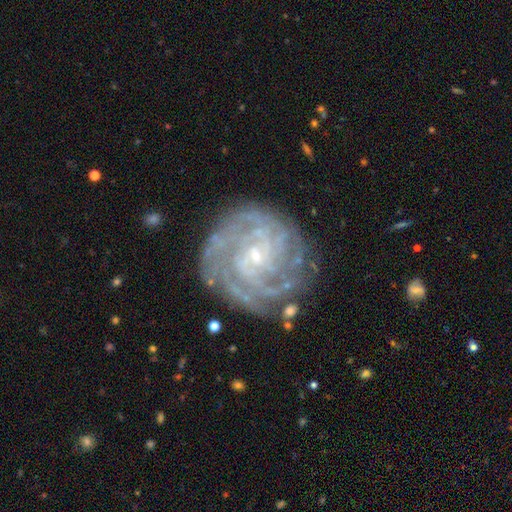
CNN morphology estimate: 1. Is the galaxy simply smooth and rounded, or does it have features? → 86% featured or disk, 7% smooth, 7% star or artifact.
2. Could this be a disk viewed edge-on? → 97% no, 3% yes.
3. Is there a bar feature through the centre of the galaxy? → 67% no, 26% weak, 8% strong.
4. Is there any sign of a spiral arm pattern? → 96% yes, 4% no.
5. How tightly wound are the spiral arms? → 77% tight, 19% medium, 4% loose.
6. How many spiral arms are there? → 27% can't tell, 22% 4, 17% 3, 13% more than 4, 13% 2, 7% 1.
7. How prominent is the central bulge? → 85% small, 10% moderate, 3% none, 1% large, 1% dominant.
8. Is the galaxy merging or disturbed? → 78% none, 14% minor disturbance, 6% major disturbance, 2% merger.